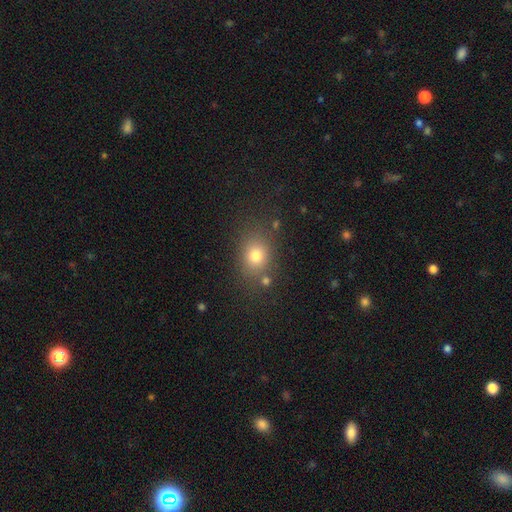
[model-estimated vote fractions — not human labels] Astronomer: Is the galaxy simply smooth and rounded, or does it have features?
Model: smooth — 76%.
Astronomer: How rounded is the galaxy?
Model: round — 53% (runner-up: in between, 46%).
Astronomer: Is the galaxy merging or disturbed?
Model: none — 75%.